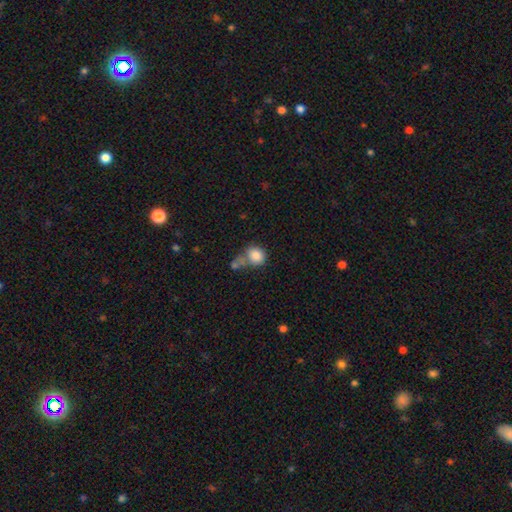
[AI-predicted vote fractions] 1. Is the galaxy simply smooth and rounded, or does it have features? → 84% smooth, 9% star or artifact, 8% featured or disk.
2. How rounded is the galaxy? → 69% round, 30% in between, 1% cigar-shaped.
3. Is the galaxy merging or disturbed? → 43% none, 34% merger, 15% minor disturbance, 8% major disturbance.